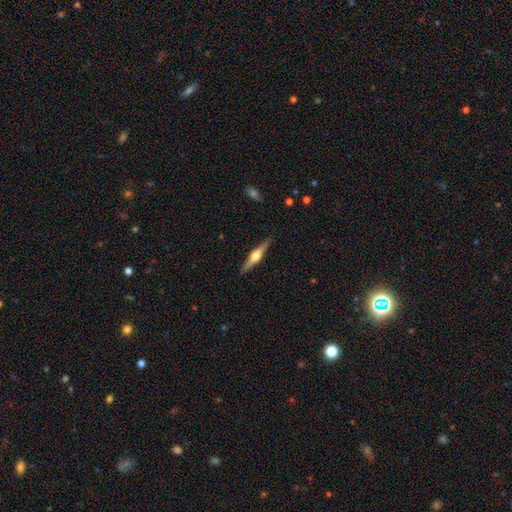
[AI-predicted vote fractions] featured or disk 75%, smooth 20%, star or artifact 5%. Down the decision tree: edge-on disk — yes (98%); edge-on bulge — rounded (93%); merging — none (90%).